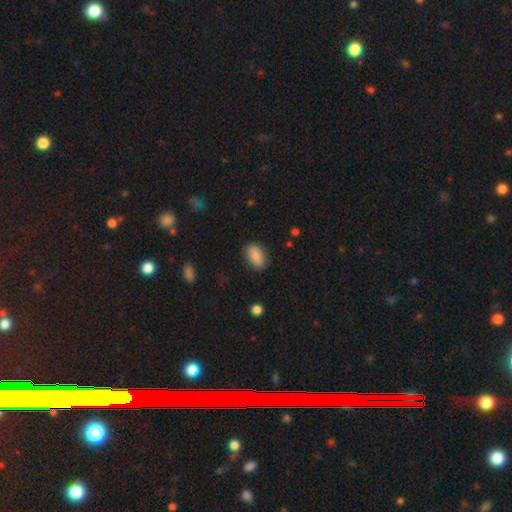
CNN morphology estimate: This is clearly a smooth galaxy (85%). How rounded: clearly in between (89%). Merging: clearly none (83%).